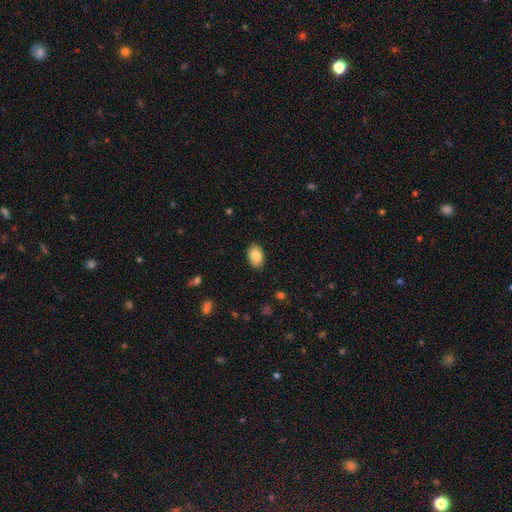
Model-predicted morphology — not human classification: Smooth or featured?
  - smooth: 85% *
  - featured or disk: 8%
  - star or artifact: 7%
How rounded?
  - in between: 89% *
  - round: 10%
  - cigar-shaped: 1%
Merging?
  - none: 89% *
  - minor disturbance: 8%
  - major disturbance: 2%
  - merger: 1%